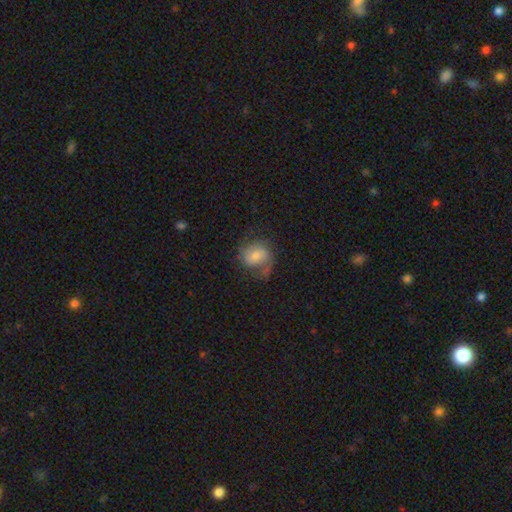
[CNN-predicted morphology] Q: Smooth or featured?
A: featured or disk (49%); runner-up: smooth (43%)
Q: Merging?
A: none (54%); runner-up: minor disturbance (23%)